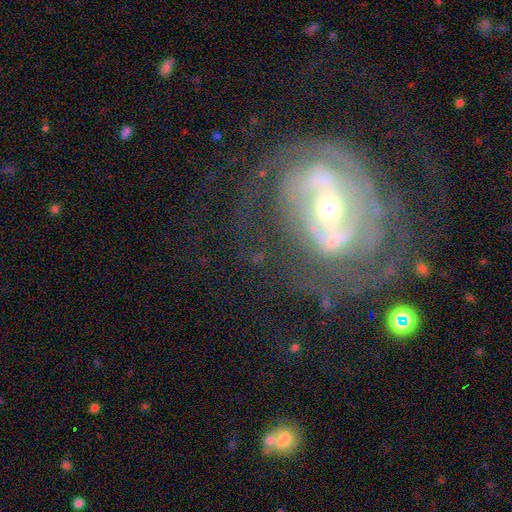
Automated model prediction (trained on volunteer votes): smooth_or_featured: featured or disk (p=0.84) [alt: smooth p=0.09]
disk_edge_on: no (p=0.95) [alt: yes p=0.05]
bar: strong (p=0.40) [alt: weak p=0.35]
has_spiral_arms: yes (p=0.84) [alt: no p=0.16]
spiral_winding: tight (p=0.56) [alt: medium p=0.32]
spiral_arm_count: can't tell (p=0.36) [tied with: 2 p=0.36]
bulge_size: small (p=0.60) [alt: moderate p=0.35]
merging: none (p=0.58) [alt: major disturbance p=0.23]